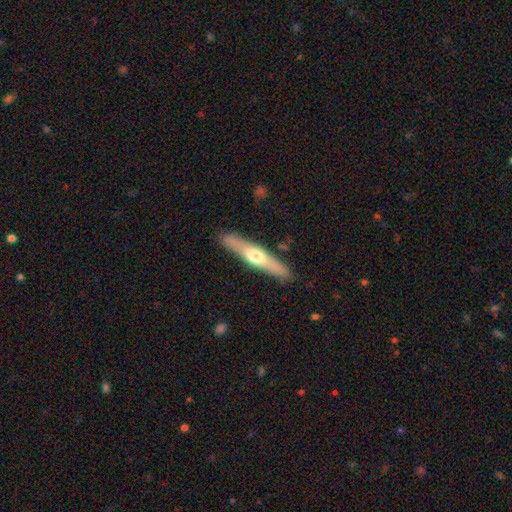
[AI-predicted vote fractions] The model was most divided on "smooth or featured": featured or disk: 54%, smooth: 41%, star or artifact: 5%. More confident: edge-on disk — yes (91%); merging — none (88%).